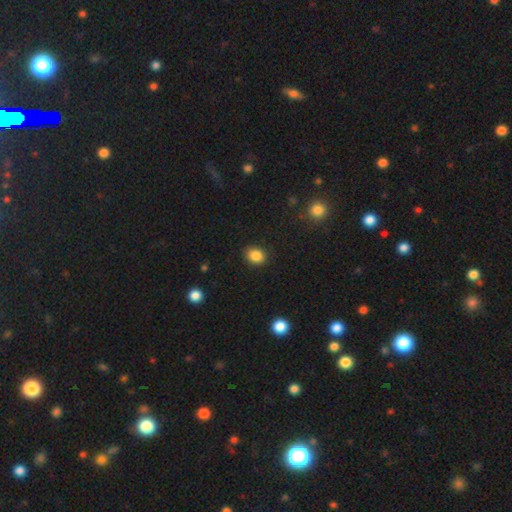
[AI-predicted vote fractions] A smooth galaxy with no disk features (86%) that is in between round and cigar-shaped (51%).

Vote fractions:
- Smooth or featured? smooth: 86% / star or artifact: 10% / featured or disk: 4%
- How rounded? in between: 51% / round: 48% / cigar-shaped: 1%
- Merging? none: 87% / minor disturbance: 9% / major disturbance: 2% / merger: 1%